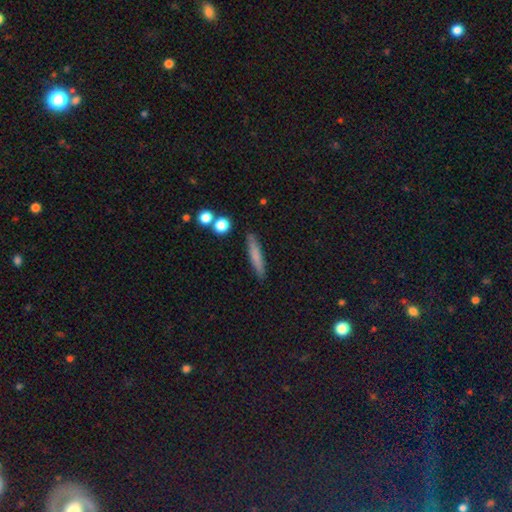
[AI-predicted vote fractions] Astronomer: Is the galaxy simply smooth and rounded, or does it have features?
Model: smooth — 71%.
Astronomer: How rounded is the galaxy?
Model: cigar-shaped — 91%.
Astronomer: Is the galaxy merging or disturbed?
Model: none — 88%.